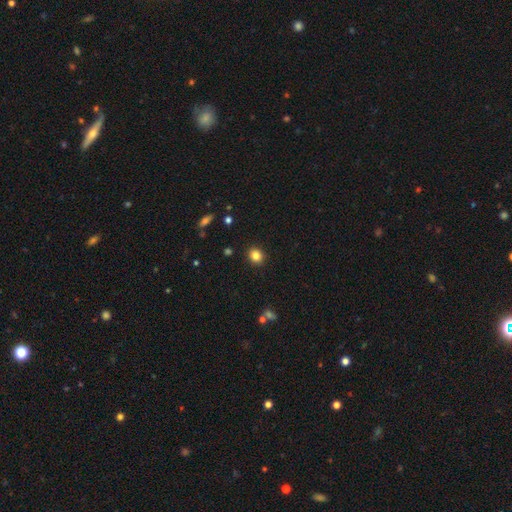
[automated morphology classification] A smooth galaxy with no disk features (83%) that is round (76%). Merging: none (91%).